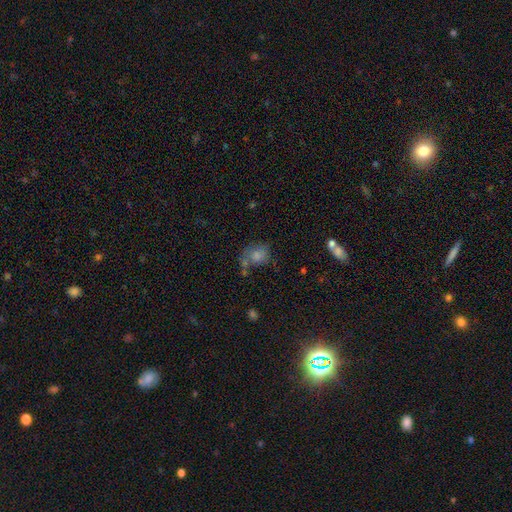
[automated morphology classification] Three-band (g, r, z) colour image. It shows a smooth galaxy with no disk features (60%) that is round (55%). Merging: none (51%).